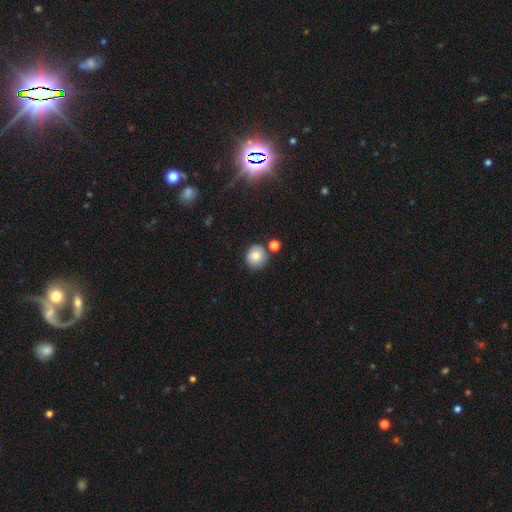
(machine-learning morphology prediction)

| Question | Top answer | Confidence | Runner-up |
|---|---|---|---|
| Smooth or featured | smooth | 82% | star or artifact (10%) |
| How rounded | round | 89% | in between (10%) |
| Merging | none | 74% | minor disturbance (12%) |